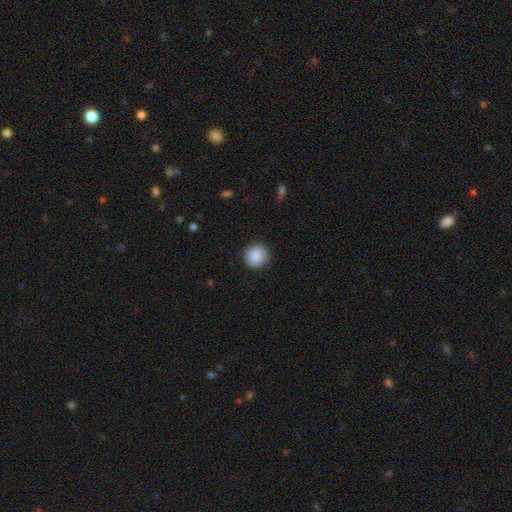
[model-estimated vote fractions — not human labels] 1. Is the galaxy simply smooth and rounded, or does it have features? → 87% smooth, 8% star or artifact, 5% featured or disk.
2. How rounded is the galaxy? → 92% round, 7% in between, 1% cigar-shaped.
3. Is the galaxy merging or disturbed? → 90% none, 7% minor disturbance, 2% major disturbance, 1% merger.